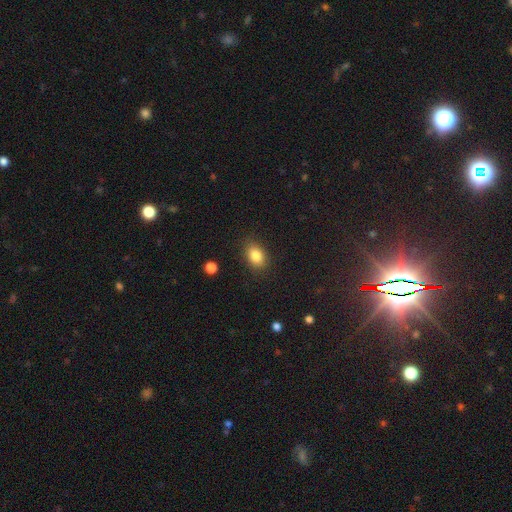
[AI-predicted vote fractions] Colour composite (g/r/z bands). It shows a smooth galaxy with no disk features (84%) that is in between round and cigar-shaped (77%). Merging: none (85%).